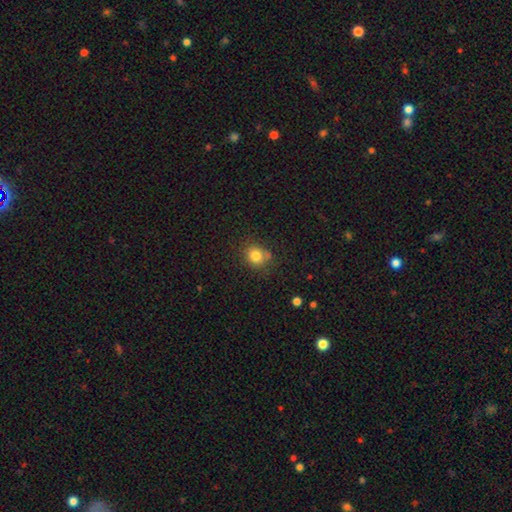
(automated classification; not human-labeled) smooth_or_featured: smooth (p=0.81) [alt: star or artifact p=0.12]
how_rounded: round (p=0.75) [alt: in between p=0.24]
merging: none (p=0.70) [alt: minor disturbance p=0.16]